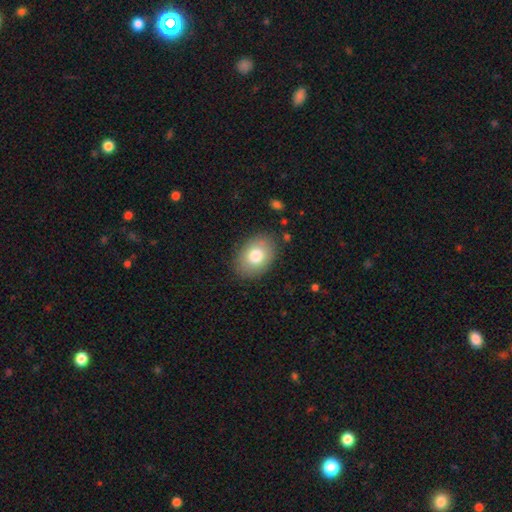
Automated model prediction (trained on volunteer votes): Morphology: type=smooth (78%); roundness=in between (74%); merging=none (85%).